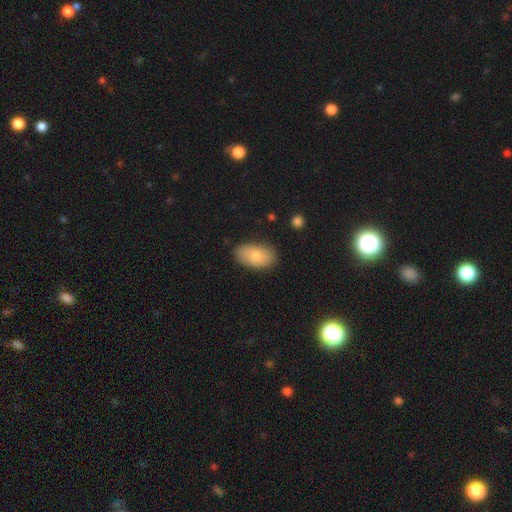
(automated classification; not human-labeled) The model was most divided on "smooth or featured": smooth: 78%, featured or disk: 16%, star or artifact: 6%. More confident: how rounded — in between (93%); merging — none (82%).